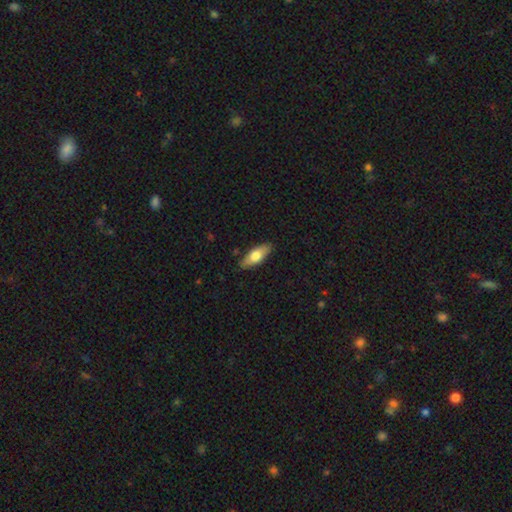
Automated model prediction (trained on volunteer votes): smooth 70%, featured or disk 24%, star or artifact 5%. Down the decision tree: how rounded — in between (68%); merging — none (87%).